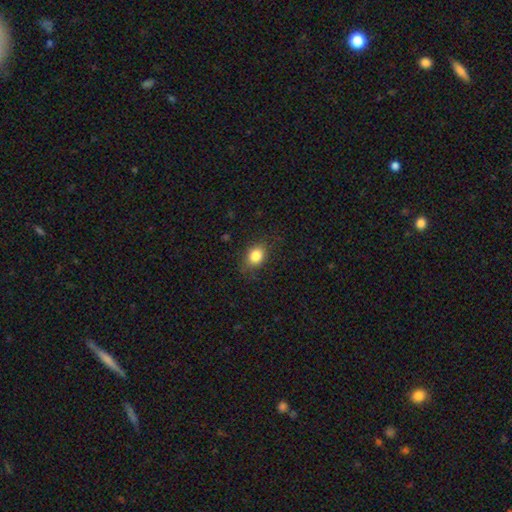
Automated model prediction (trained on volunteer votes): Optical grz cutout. It shows a smooth galaxy with no disk features (83%) that is in between round and cigar-shaped (58%). Merging: none (79%).